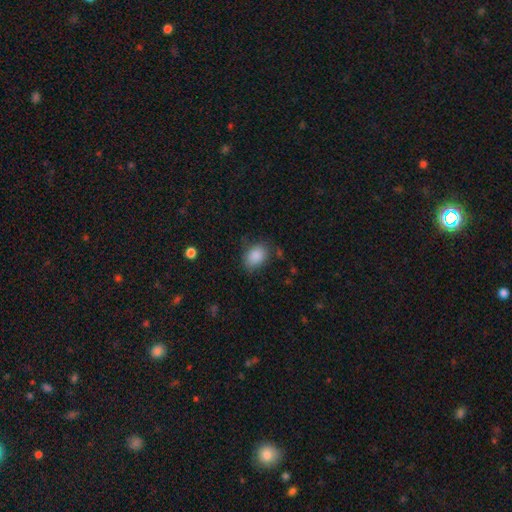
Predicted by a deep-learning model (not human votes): Smooth or featured? Predicted: smooth (p=0.88). How rounded? Predicted: in between (p=0.77). Merging? Predicted: none (p=0.74).